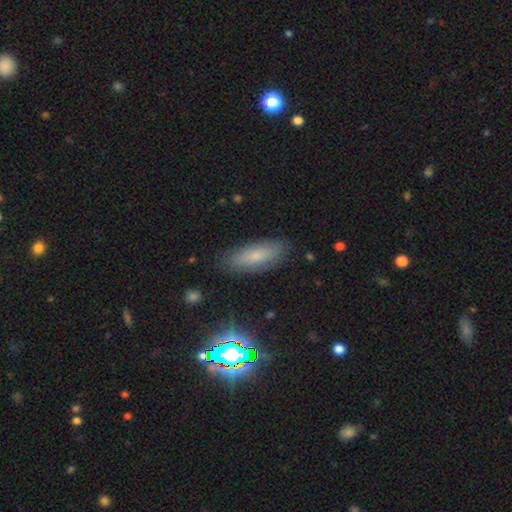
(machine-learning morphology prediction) Smooth or featured? smooth (69%)
How rounded? in between (69%)
Merging? none (84%)